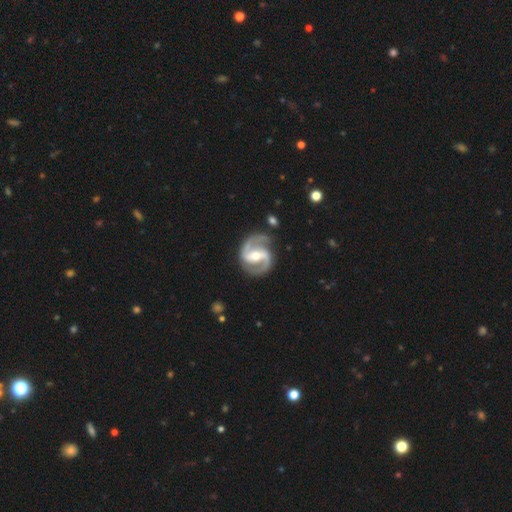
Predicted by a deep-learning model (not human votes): Q: Smooth or featured?
A: featured or disk (93%); runner-up: star or artifact (4%)
Q: Edge-on disk?
A: no (98%); runner-up: yes (2%)
Q: Bar?
A: strong (53%); runner-up: weak (32%)
Q: Spiral arms?
A: yes (98%); runner-up: no (2%)
Q: Spiral winding?
A: medium (61%); runner-up: tight (24%)
Q: Spiral arm count?
A: 2 (94%); runner-up: can't tell (2%)
Q: Bulge size?
A: moderate (64%); runner-up: small (31%)
Q: Merging?
A: none (84%); runner-up: minor disturbance (11%)